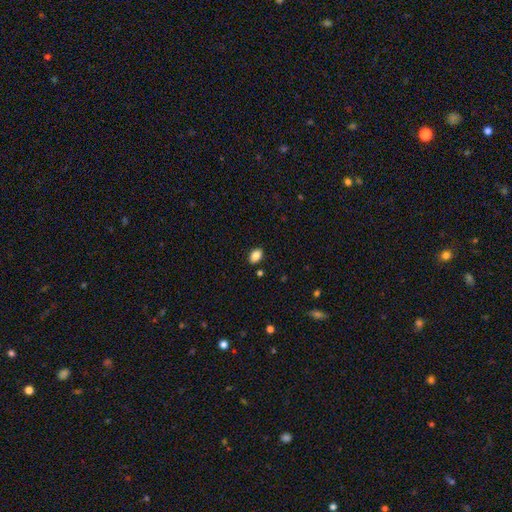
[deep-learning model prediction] Smooth or featured: smooth — 86% (star or artifact — 9%)
How rounded: in between — 87% (round — 12%)
Merging: none — 87% (minor disturbance — 9%)